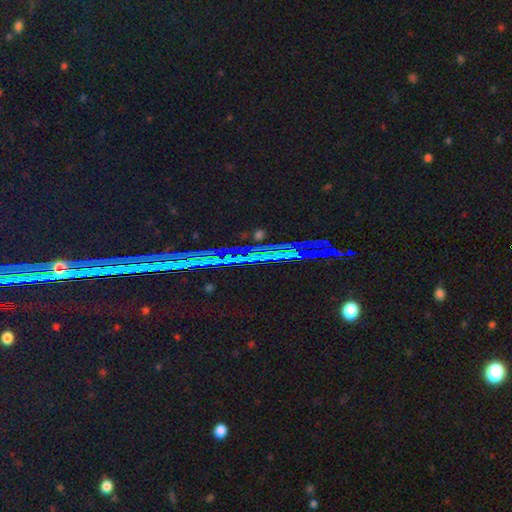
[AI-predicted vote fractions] The model was most divided on "smooth or featured": star or artifact: 87%, featured or disk: 7%, smooth: 6%.